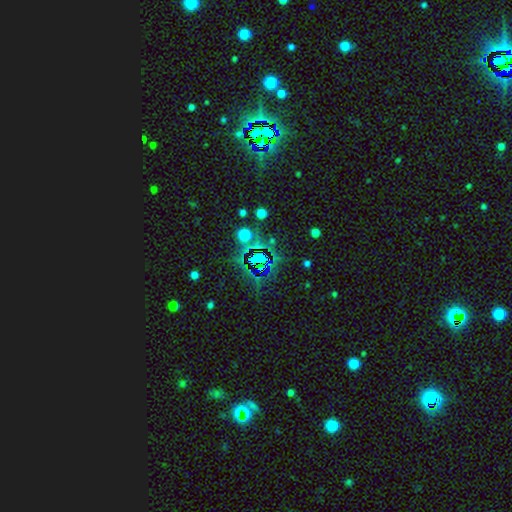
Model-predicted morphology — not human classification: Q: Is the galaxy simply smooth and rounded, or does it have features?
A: star or artifact — 68%.